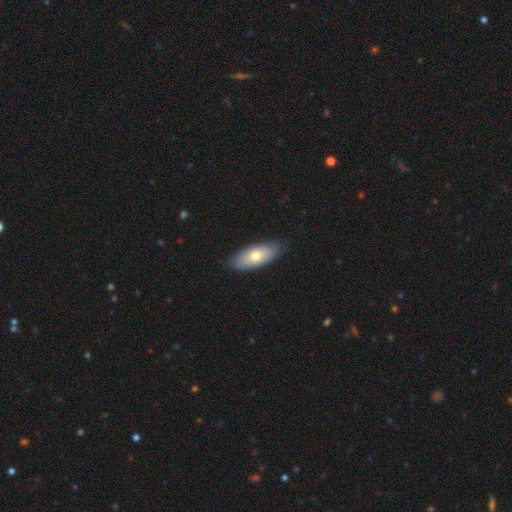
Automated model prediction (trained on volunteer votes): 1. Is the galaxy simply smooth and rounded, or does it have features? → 66% smooth, 29% featured or disk, 6% star or artifact.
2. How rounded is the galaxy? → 84% in between, 13% cigar-shaped, 3% round.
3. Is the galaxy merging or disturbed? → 82% none, 15% minor disturbance, 2% major disturbance, 1% merger.